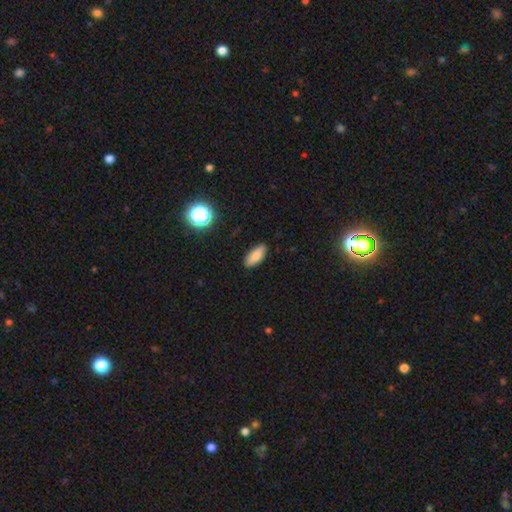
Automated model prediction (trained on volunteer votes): Overall: smooth (82%). How rounded: in between (83%). Merging: none (88%).